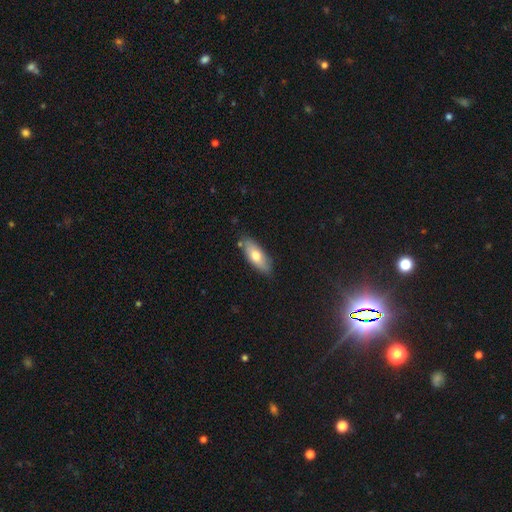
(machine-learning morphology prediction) Smooth or featured? Predicted: smooth (p=0.69). How rounded? Predicted: in between (p=0.76). Merging? Predicted: none (p=0.81).